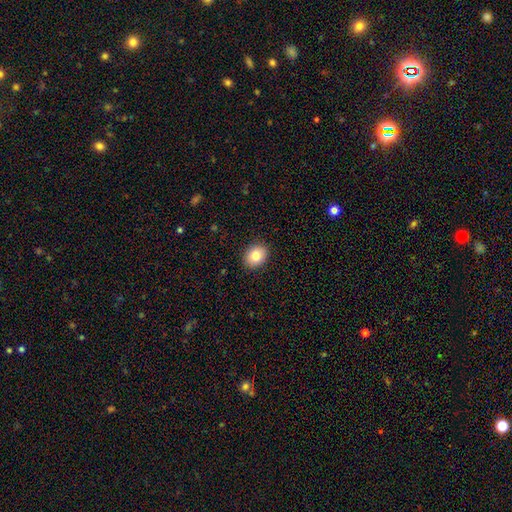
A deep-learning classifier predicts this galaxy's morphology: Smooth or featured? smooth (82%)
How rounded? round (53%)
Merging? none (91%)